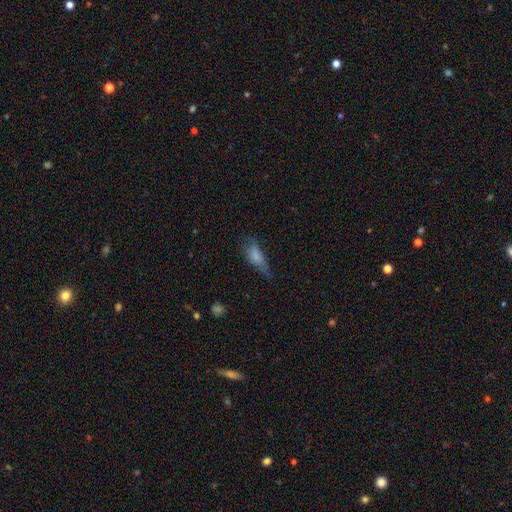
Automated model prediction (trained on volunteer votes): This appears to be a smooth galaxy with no disk features (71%) that is in between round and cigar-shaped (67%). Merging: none (40%).